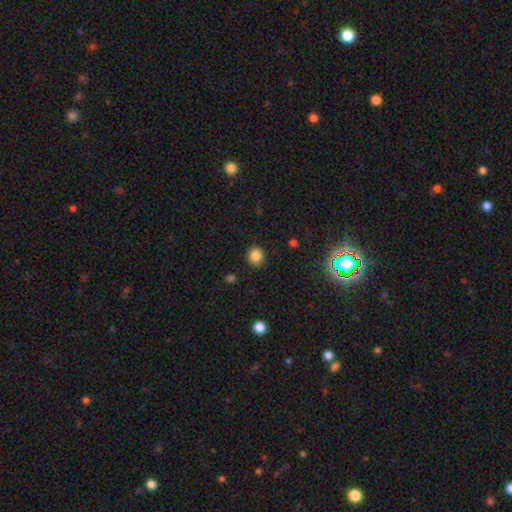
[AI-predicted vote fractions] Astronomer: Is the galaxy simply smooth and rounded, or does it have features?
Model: smooth — 84%.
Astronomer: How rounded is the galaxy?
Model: round — 89%.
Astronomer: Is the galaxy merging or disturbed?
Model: none — 88%.